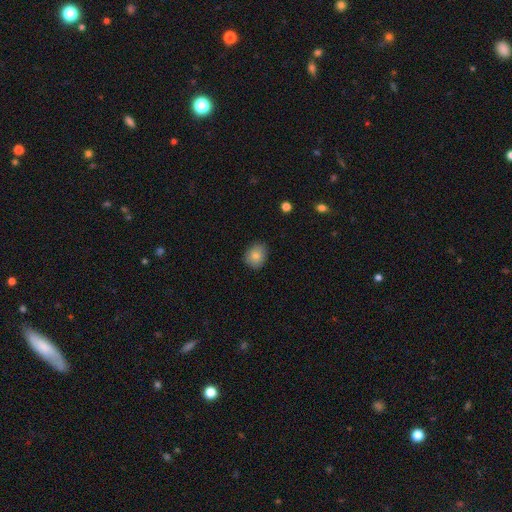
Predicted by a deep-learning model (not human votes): smooth 82%, star or artifact 9%, featured or disk 9%. Down the decision tree: how rounded — round (60%); merging — none (83%).